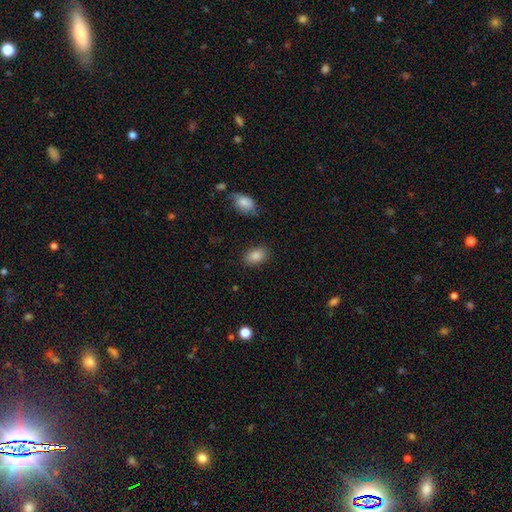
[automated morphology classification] smooth_or_featured: smooth (p=0.86) [alt: star or artifact p=0.08]
how_rounded: in between (p=0.86) [alt: round p=0.13]
merging: none (p=0.84) [alt: minor disturbance p=0.11]